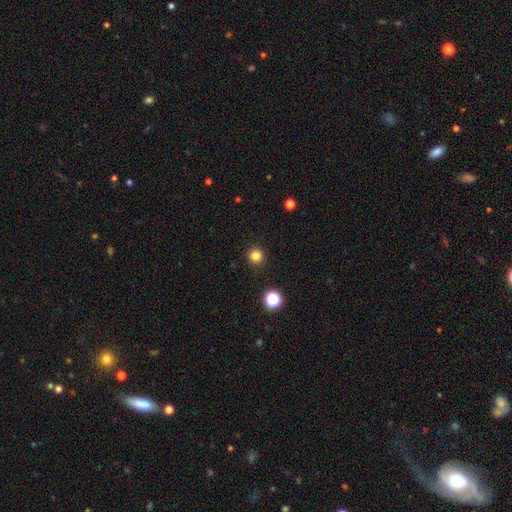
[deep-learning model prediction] This appears to be a smooth galaxy with no disk features (81%) that is round (95%). Merging: none (93%).